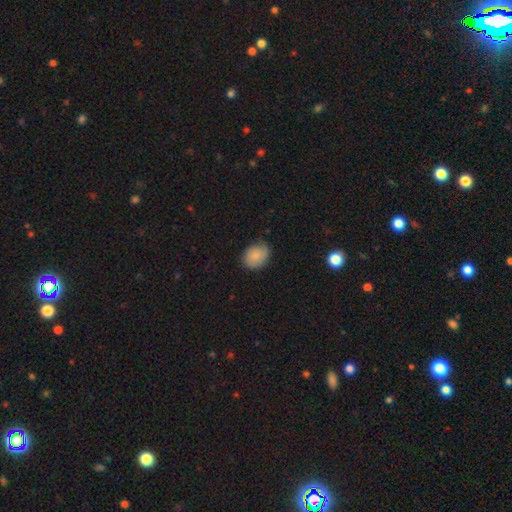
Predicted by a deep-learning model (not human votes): The model was most divided on "how rounded": in between: 57%, round: 42%, cigar-shaped: 1%. More confident: smooth or featured — smooth (81%); merging — none (75%).